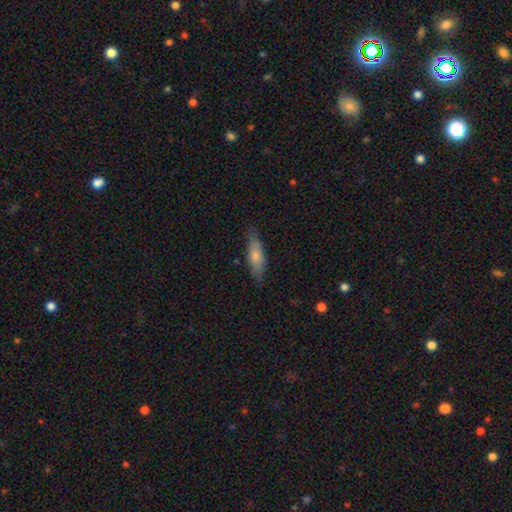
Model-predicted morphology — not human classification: The model was most divided on "how rounded": in between: 55%, cigar-shaped: 43%, round: 2%. More confident: merging — none (76%); smooth or featured — smooth (71%).